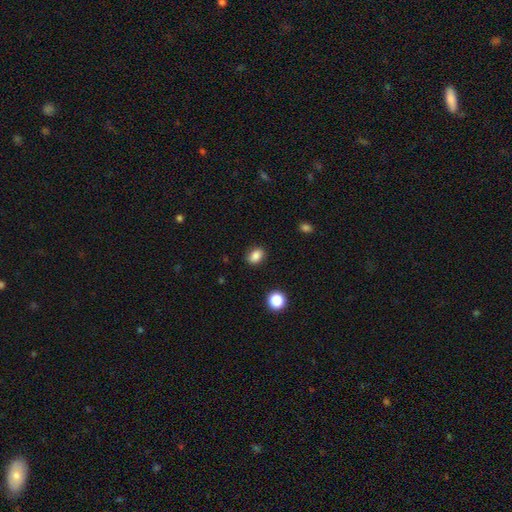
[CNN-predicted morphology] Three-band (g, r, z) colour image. It shows a smooth galaxy with no disk features (85%) that is in between round and cigar-shaped (64%). Merging: none (85%).